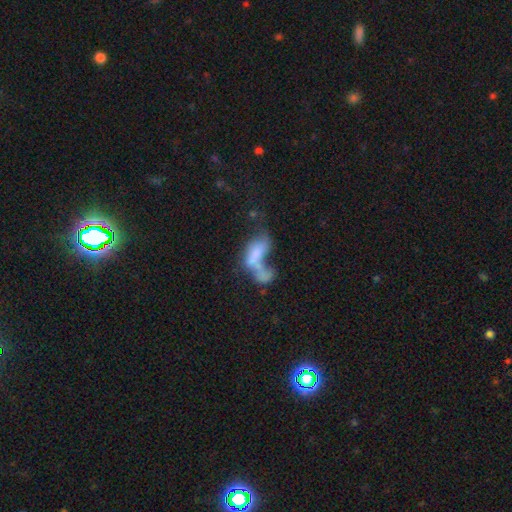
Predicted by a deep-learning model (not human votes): Smooth or featured?
  - smooth: 54% *
  - featured or disk: 34%
  - star or artifact: 11%
How rounded?
  - in between: 77% *
  - cigar-shaped: 18%
  - round: 5%
Merging?
  - merger: 61% *
  - major disturbance: 21%
  - none: 11%
  - minor disturbance: 7%